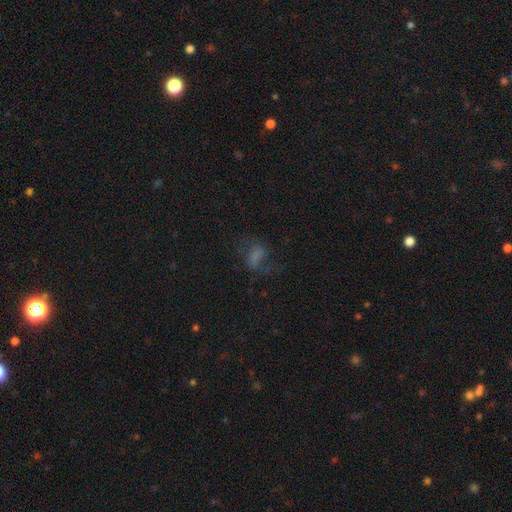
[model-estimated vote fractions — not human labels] The model was most divided on "smooth or featured": smooth: 47%, featured or disk: 32%, star or artifact: 21%. Remaining: merging — none (47%).